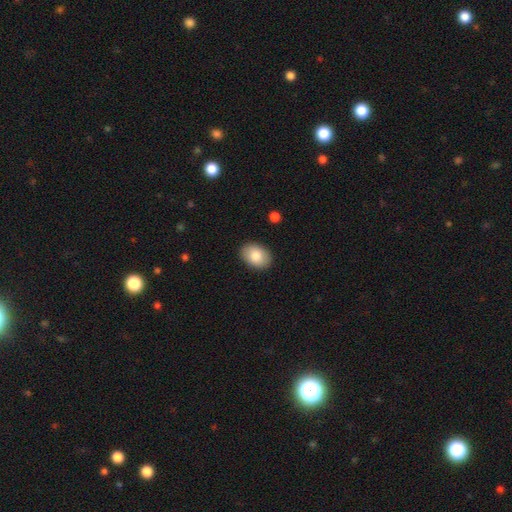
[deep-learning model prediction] Smooth or featured?
  - smooth: 85% *
  - featured or disk: 9%
  - star or artifact: 6%
How rounded?
  - in between: 80% *
  - round: 19%
  - cigar-shaped: 1%
Merging?
  - none: 89% *
  - minor disturbance: 8%
  - major disturbance: 2%
  - merger: 1%